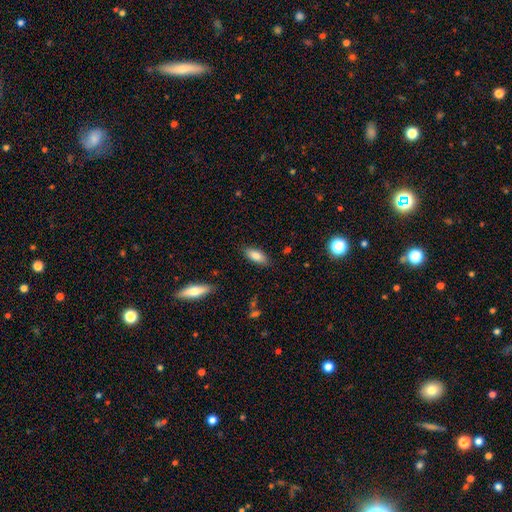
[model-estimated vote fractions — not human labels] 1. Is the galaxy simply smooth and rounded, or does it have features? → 82% smooth, 11% featured or disk, 7% star or artifact.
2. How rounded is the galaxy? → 78% in between, 20% cigar-shaped, 2% round.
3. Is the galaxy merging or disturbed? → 85% none, 11% minor disturbance, 2% major disturbance, 1% merger.